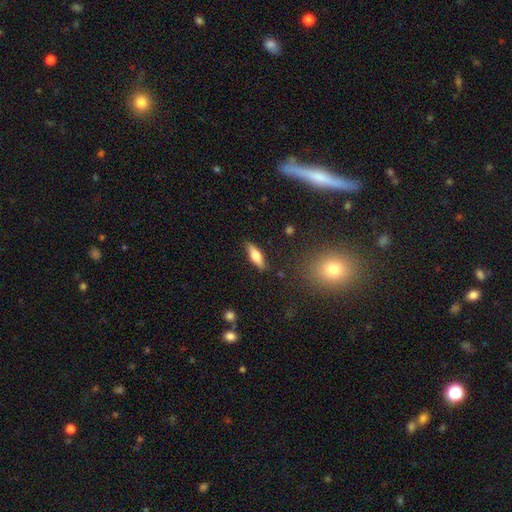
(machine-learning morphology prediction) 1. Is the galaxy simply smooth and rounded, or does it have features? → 64% smooth, 30% featured or disk, 6% star or artifact.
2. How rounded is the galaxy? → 59% in between, 39% cigar-shaped, 3% round.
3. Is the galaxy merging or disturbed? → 86% none, 10% minor disturbance, 2% major disturbance, 2% merger.